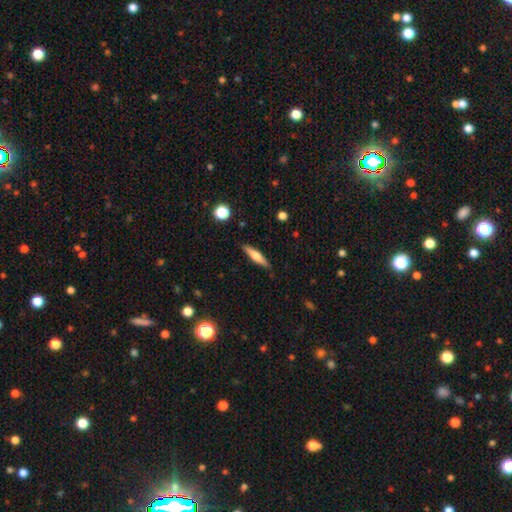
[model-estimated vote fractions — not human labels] A smooth galaxy with no disk features (50%) that is cigar-shaped (81%).

Vote fractions:
- Smooth or featured? smooth: 50% / featured or disk: 43% / star or artifact: 6%
- How rounded? cigar-shaped: 81% / in between: 17% / round: 2%
- Merging? none: 86% / minor disturbance: 11% / major disturbance: 2% / merger: 2%